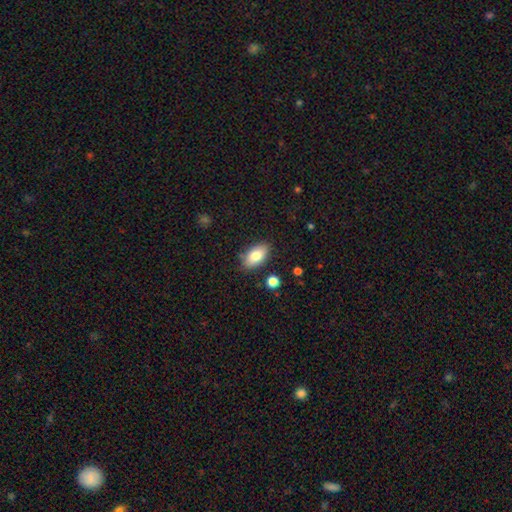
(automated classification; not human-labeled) A smooth galaxy with no disk features (80%) that is in between round and cigar-shaped (92%).

Vote fractions:
- Smooth or featured? smooth: 80% / featured or disk: 12% / star or artifact: 7%
- How rounded? in between: 92% / round: 5% / cigar-shaped: 3%
- Merging? none: 84% / minor disturbance: 11% / major disturbance: 2% / merger: 2%